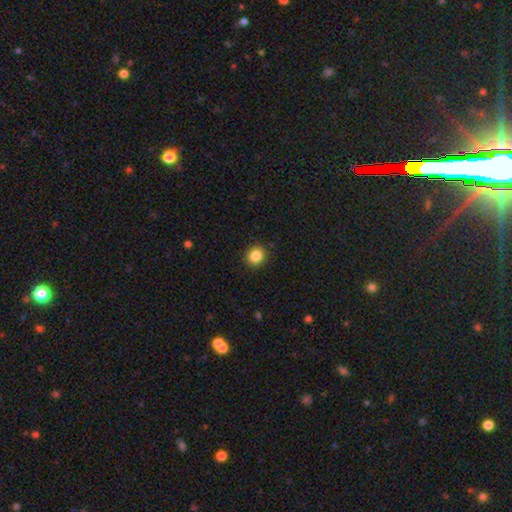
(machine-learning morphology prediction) This appears to be a smooth galaxy with no disk features (85%) that is round (80%). Merging: none (91%).